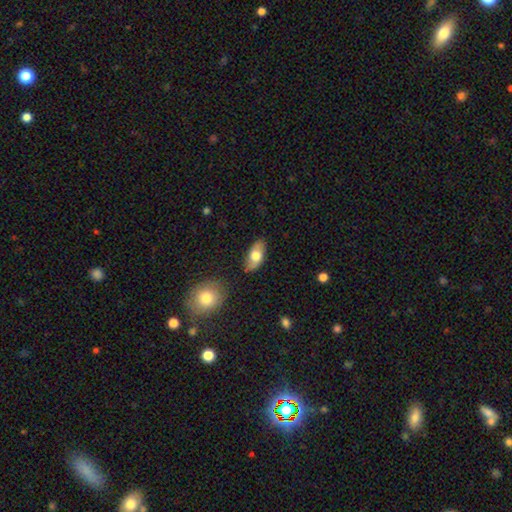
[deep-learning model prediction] Smooth or featured? smooth (67%)
How rounded? in between (90%)
Merging? none (81%)